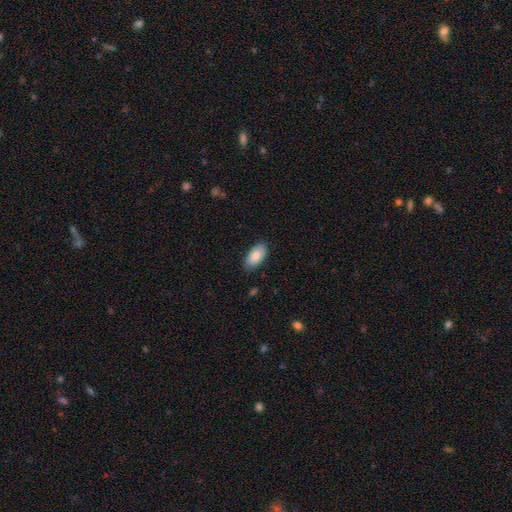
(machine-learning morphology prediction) Smooth or featured? Predicted: smooth (p=0.84). How rounded? Predicted: in between (p=0.95). Merging? Predicted: none (p=0.82).